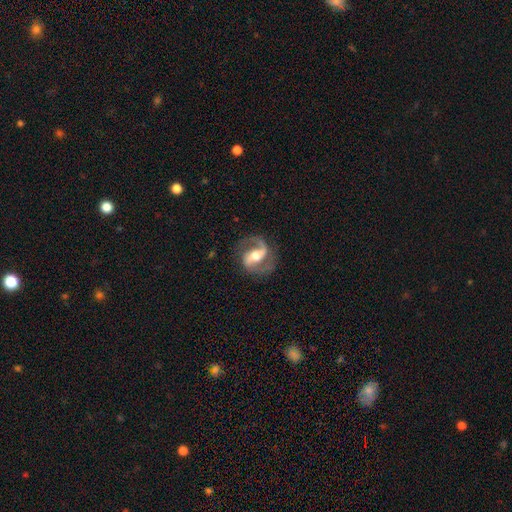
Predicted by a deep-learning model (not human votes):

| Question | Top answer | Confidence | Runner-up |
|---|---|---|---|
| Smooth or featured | featured or disk | 89% | smooth (6%) |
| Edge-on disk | no | 97% | yes (3%) |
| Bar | strong | 42% | weak (36%) |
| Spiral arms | yes | 97% | no (3%) |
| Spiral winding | medium | 55% | loose (30%) |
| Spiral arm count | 2 | 91% | 1 (3%) |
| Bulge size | moderate | 71% | small (15%) |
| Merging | none | 79% | minor disturbance (13%) |